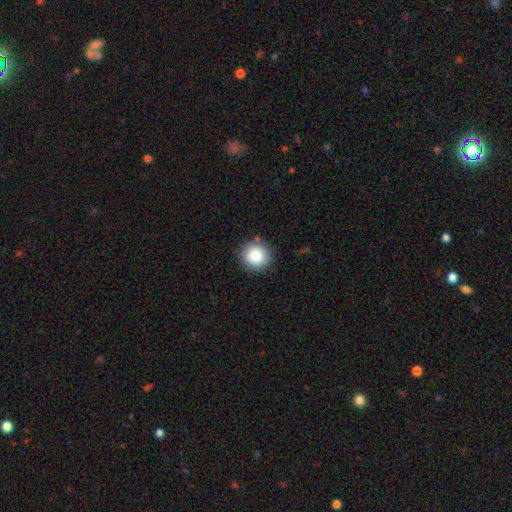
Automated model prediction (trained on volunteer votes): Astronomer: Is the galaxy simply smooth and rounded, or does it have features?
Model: smooth — 85%.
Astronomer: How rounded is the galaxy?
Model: round — 92%.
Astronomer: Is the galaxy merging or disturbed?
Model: none — 88%.